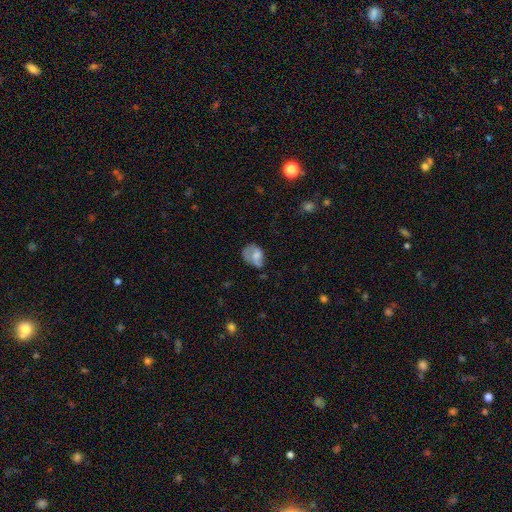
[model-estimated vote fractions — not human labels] A smooth galaxy with no disk features (63%) that is in between round and cigar-shaped (70%). Merging: minor disturbance (35%).